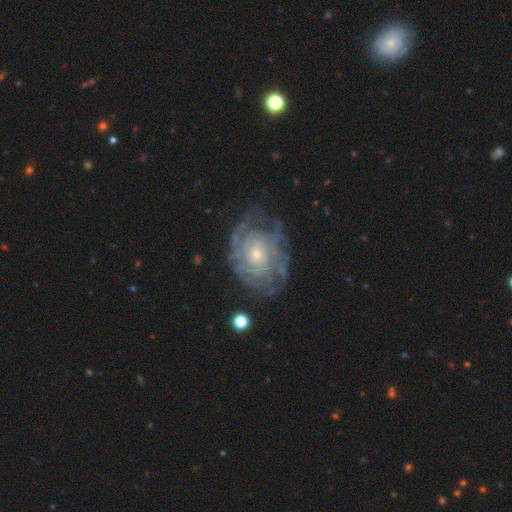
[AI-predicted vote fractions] Smooth or featured? featured or disk (80%)
Edge-on disk? no (96%)
Bar? no (76%)
Spiral arms? yes (89%)
Spiral winding? tight (67%)
Spiral arm count? can't tell (49%)
Bulge size? small (55%)
Merging? none (71%)